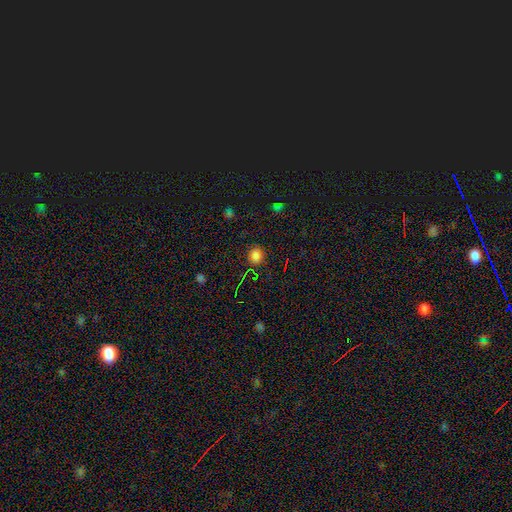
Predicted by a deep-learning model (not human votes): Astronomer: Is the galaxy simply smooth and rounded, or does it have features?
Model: smooth — 76%.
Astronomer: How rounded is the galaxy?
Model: round — 80%.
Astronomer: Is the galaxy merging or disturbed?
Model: none — 87%.